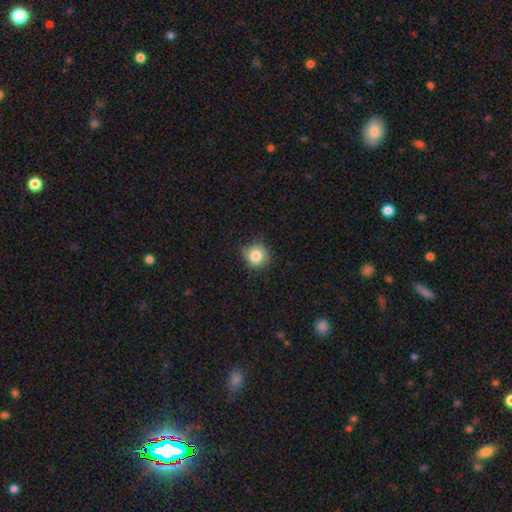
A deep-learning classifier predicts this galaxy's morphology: smooth 83%, star or artifact 10%, featured or disk 7%. Down the decision tree: how rounded — round (90%); merging — none (82%).